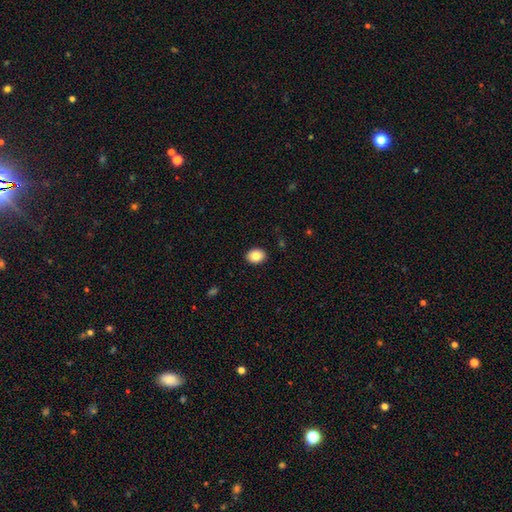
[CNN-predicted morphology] Smooth or featured?
  - smooth: 83% *
  - featured or disk: 9%
  - star or artifact: 8%
How rounded?
  - in between: 63% *
  - round: 36%
  - cigar-shaped: 1%
Merging?
  - none: 90% *
  - minor disturbance: 7%
  - major disturbance: 2%
  - merger: 1%